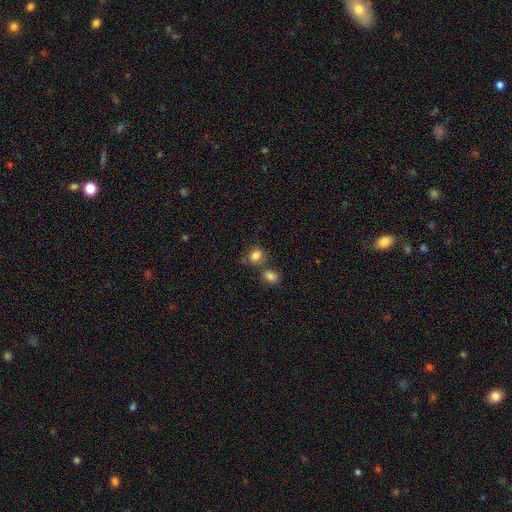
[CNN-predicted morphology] Overall: smooth (83%). How rounded: round (55%; in between 44%). Merging: none (58%; merger 24%).